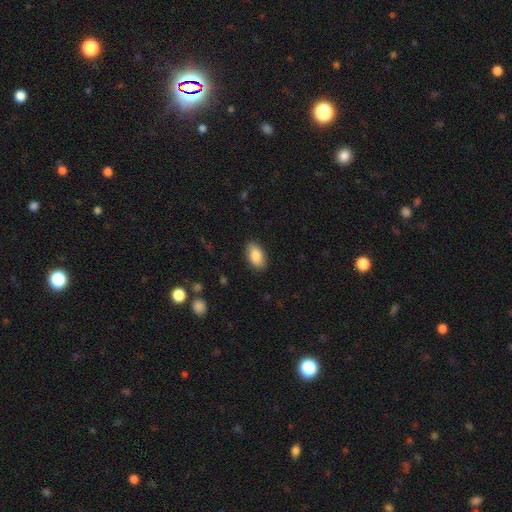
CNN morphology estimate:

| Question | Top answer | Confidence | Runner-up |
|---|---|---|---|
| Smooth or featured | smooth | 86% | featured or disk (8%) |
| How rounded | in between | 93% | round (4%) |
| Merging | none | 86% | minor disturbance (10%) |